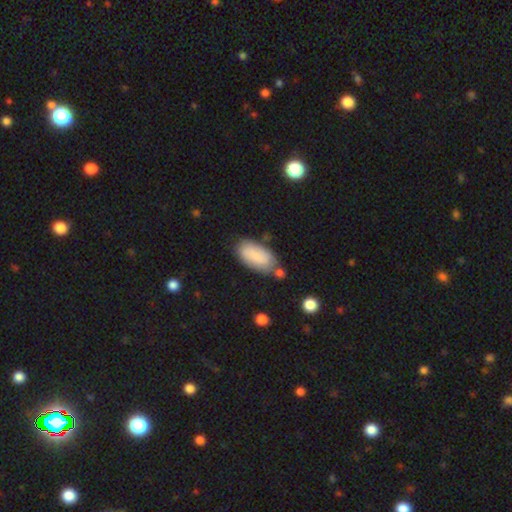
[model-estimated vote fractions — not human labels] Smooth or featured?
  - smooth: 81% *
  - featured or disk: 13%
  - star or artifact: 6%
How rounded?
  - in between: 92% *
  - cigar-shaped: 6%
  - round: 2%
Merging?
  - none: 69% *
  - minor disturbance: 18%
  - merger: 8%
  - major disturbance: 4%